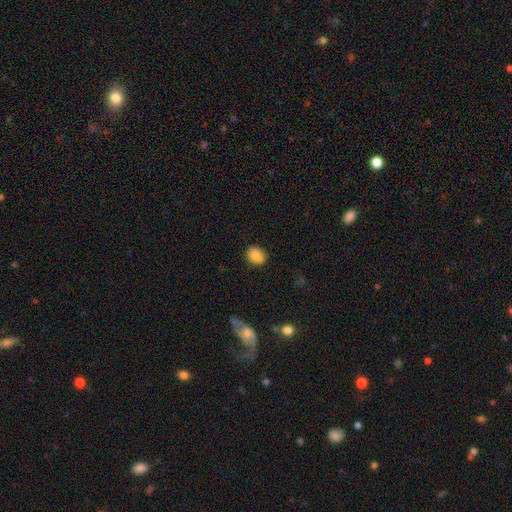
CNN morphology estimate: type=smooth (83%); roundness=round (53%); merging=none (76%).